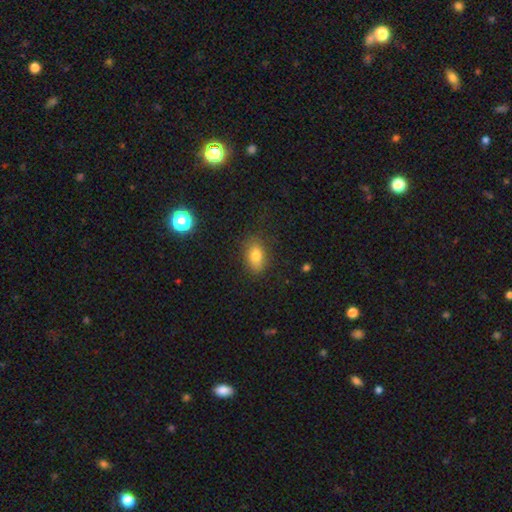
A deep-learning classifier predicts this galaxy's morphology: type=smooth (79%); roundness=in between (81%); merging=none (79%).